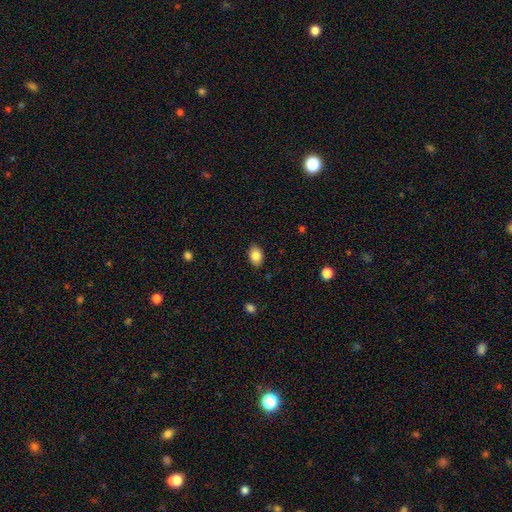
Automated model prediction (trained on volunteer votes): This appears to be a smooth galaxy with no disk features (85%) that is in between round and cigar-shaped (80%). Merging: none (87%).